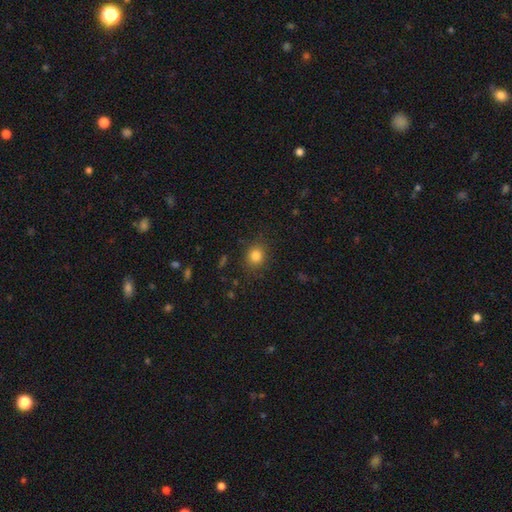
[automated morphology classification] type=smooth (82%); roundness=round (78%); merging=none (86%).